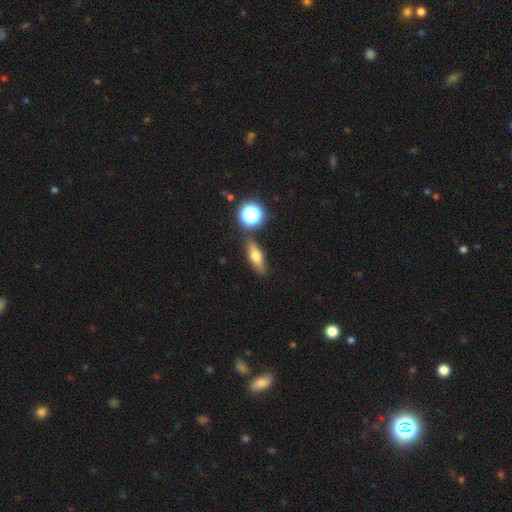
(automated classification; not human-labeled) Smooth or featured? Predicted: smooth (p=0.56). How rounded? Predicted: in between (p=0.47). Merging? Predicted: none (p=0.82).